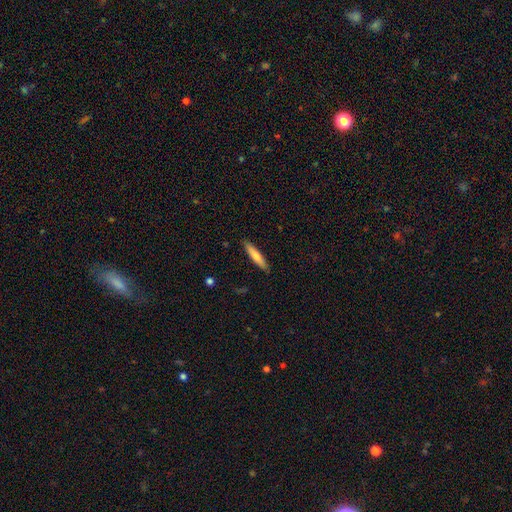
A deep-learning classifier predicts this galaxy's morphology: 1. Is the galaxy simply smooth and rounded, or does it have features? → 71% smooth, 23% featured or disk, 6% star or artifact.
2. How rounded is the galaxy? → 88% cigar-shaped, 11% in between, 1% round.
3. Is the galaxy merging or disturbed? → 89% none, 8% minor disturbance, 2% major disturbance, 1% merger.